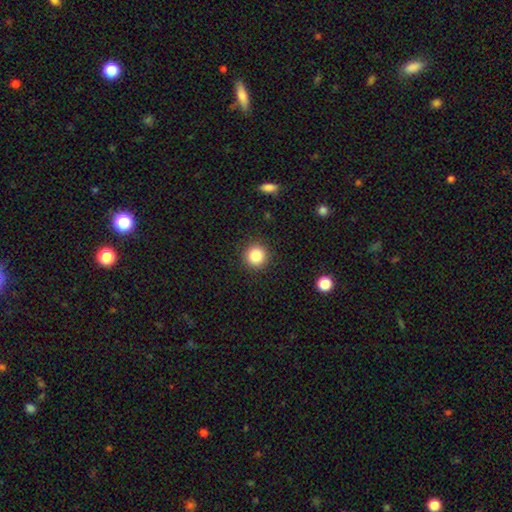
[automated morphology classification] smooth_or_featured: smooth (p=0.85) [alt: star or artifact p=0.10]
how_rounded: round (p=0.94) [alt: in between p=0.05]
merging: none (p=0.91) [alt: minor disturbance p=0.06]